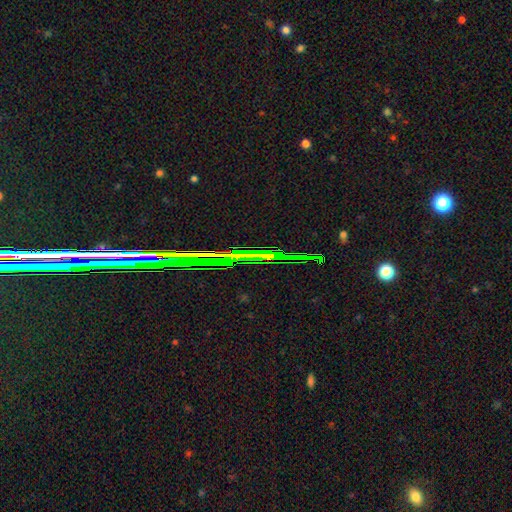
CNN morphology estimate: Smooth or featured?
  - star or artifact: 77% *
  - featured or disk: 12%
  - smooth: 11%